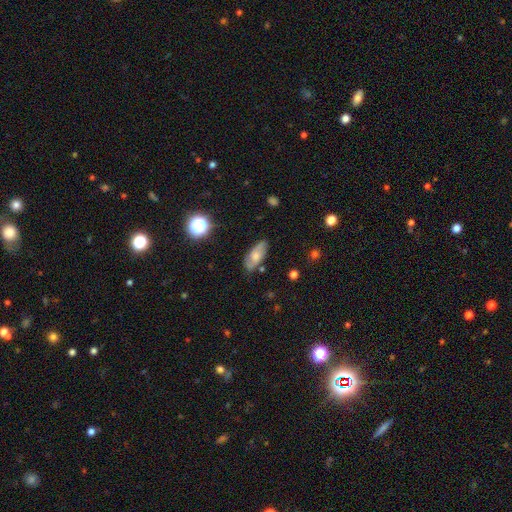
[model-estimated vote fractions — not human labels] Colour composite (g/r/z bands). It shows a smooth galaxy with no disk features (49%). Merging: none (77%).